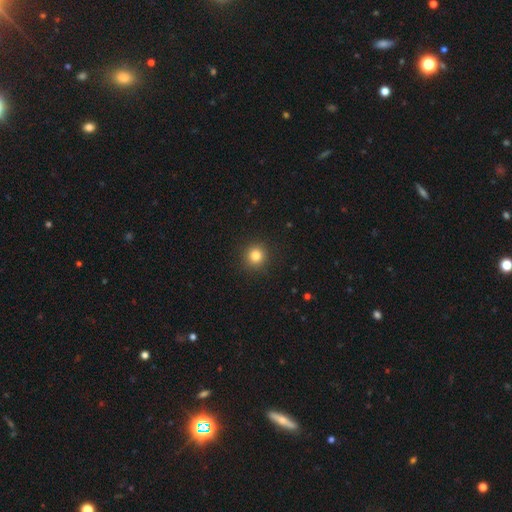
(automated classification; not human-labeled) Smooth or featured? Predicted: smooth (p=0.82). How rounded? Predicted: round (p=0.94). Merging? Predicted: none (p=0.92).